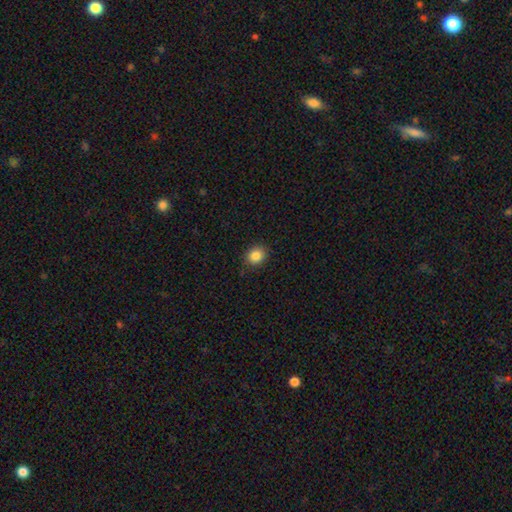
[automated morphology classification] The model was most divided on "how rounded": round: 65%, in between: 34%, cigar-shaped: 1%. More confident: merging — none (86%); smooth or featured — smooth (85%).